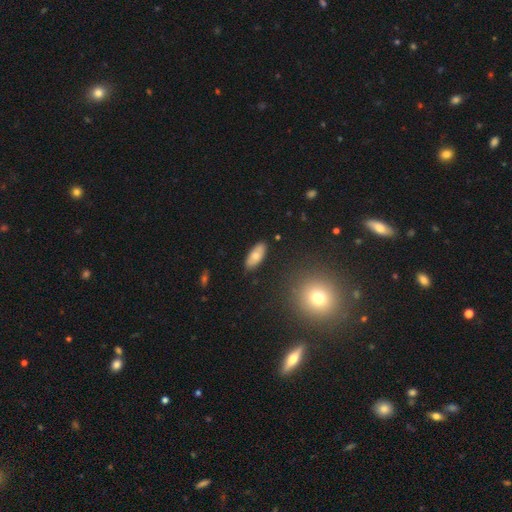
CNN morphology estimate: smooth-or-featured: smooth: 73% | featured or disk: 20% | star or artifact: 7%
  how-rounded: in between: 83% | cigar-shaped: 15% | round: 3%
  merging: none: 86% | minor disturbance: 10% | major disturbance: 2% | merger: 2%